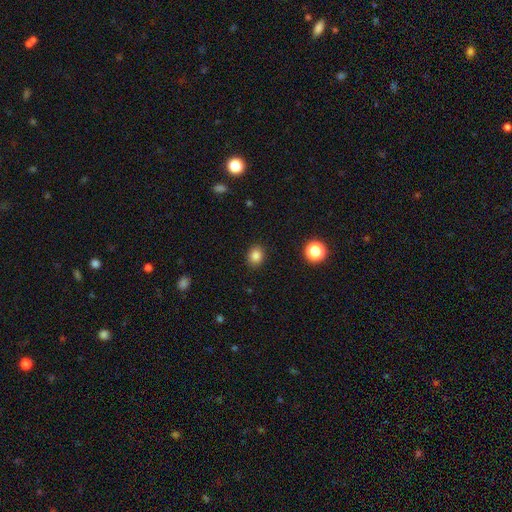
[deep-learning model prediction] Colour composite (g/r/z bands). It shows a smooth galaxy with no disk features (84%) that is round (57%). Merging: none (89%).